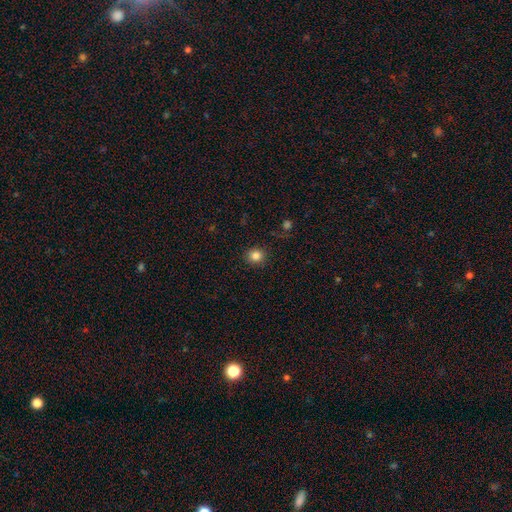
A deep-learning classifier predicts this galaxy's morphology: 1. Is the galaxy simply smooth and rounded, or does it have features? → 83% smooth, 12% star or artifact, 5% featured or disk.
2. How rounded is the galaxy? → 87% round, 12% in between, 1% cigar-shaped.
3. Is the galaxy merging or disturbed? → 89% none, 7% minor disturbance, 2% major disturbance, 1% merger.